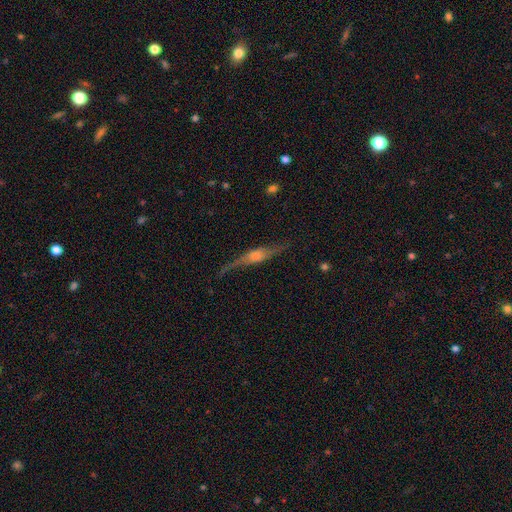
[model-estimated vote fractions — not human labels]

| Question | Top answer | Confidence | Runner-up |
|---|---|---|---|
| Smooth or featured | featured or disk | 70% | smooth (23%) |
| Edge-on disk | yes | 88% | no (12%) |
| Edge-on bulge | rounded | 73% | boxy (19%) |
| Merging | none | 70% | minor disturbance (19%) |